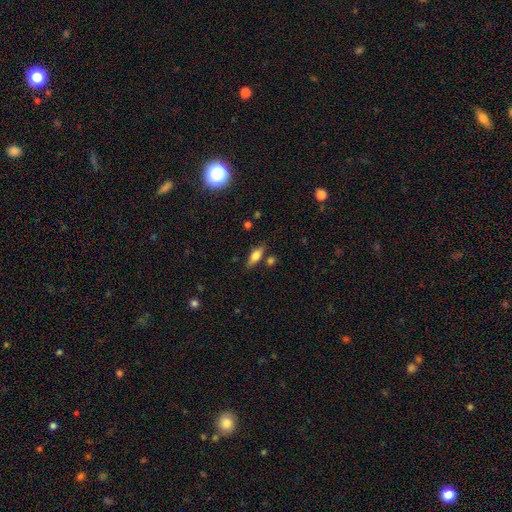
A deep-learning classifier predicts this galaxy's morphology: A smooth galaxy with no disk features (74%) that is in between round and cigar-shaped (72%). Merging: none (75%).